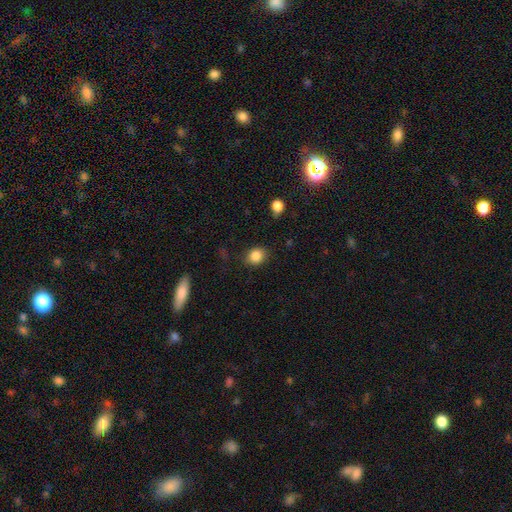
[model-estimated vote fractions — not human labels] Smooth or featured: smooth — 85% (star or artifact — 10%)
How rounded: round — 58% (in between — 41%)
Merging: none — 81% (minor disturbance — 14%)